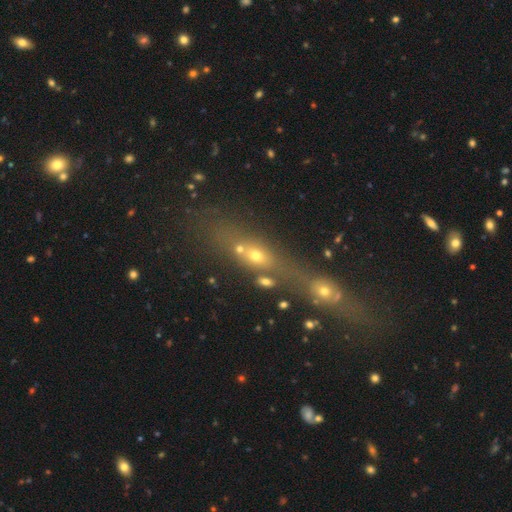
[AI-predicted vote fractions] The model was most divided on "smooth or featured": smooth: 38%, star or artifact: 33%, featured or disk: 29%. More confident: merging — merger (60%).